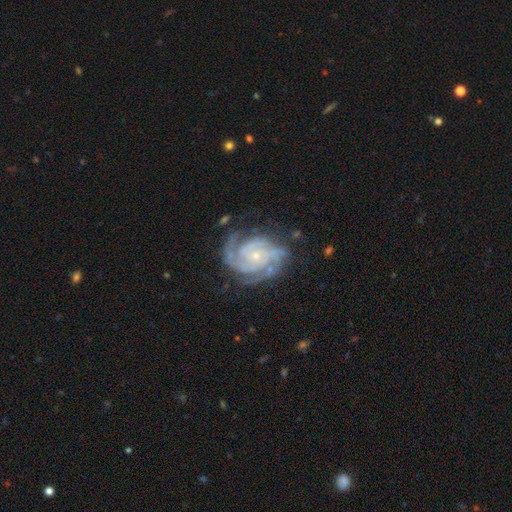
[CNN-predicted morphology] featured or disk 91%, star or artifact 5%, smooth 4%. Down the decision tree: edge-on disk — no (98%); bar — no (71%); spiral arms — yes (98%); spiral arm count — 3 (42%); spiral winding — tight (65%); bulge size — small (77%); merging — none (69%).